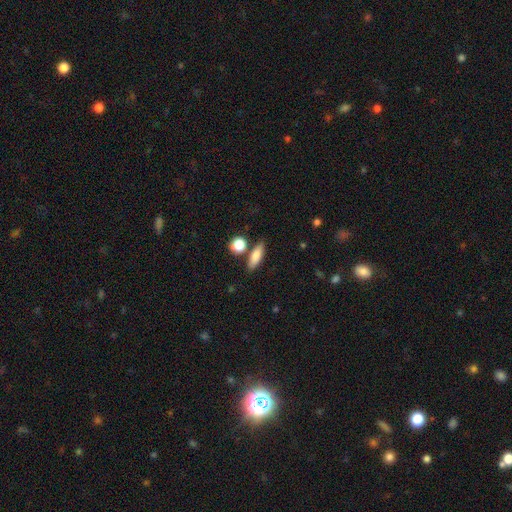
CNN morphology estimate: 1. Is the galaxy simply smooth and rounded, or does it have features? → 81% smooth, 11% featured or disk, 7% star or artifact.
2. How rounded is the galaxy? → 58% in between, 33% cigar-shaped, 9% round.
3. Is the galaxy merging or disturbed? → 71% none, 13% minor disturbance, 12% merger, 4% major disturbance.